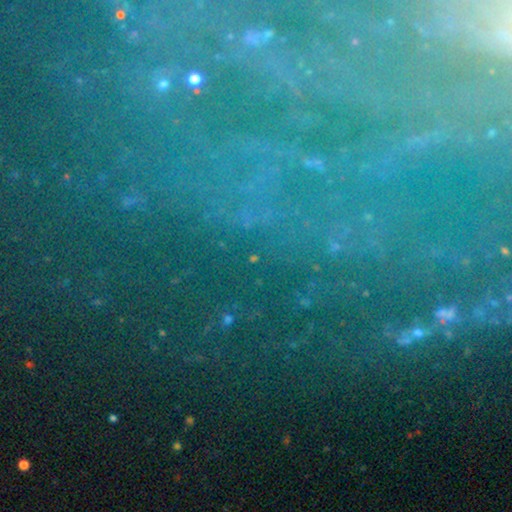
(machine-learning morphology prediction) smooth_or_featured: star or artifact (p=0.58) [alt: featured or disk p=0.29]